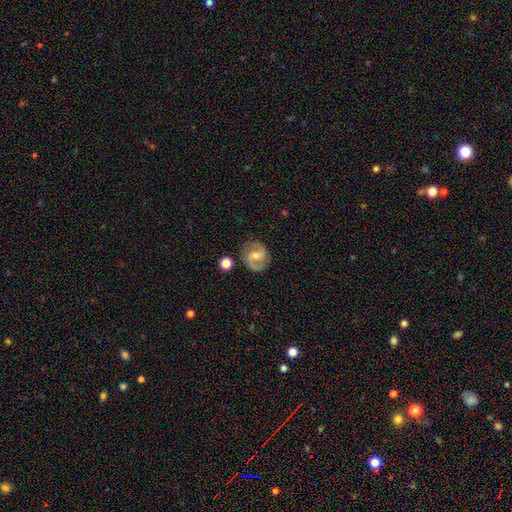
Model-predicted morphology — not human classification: Q: Smooth or featured?
A: featured or disk (80%); runner-up: smooth (14%)
Q: Edge-on disk?
A: no (98%); runner-up: yes (2%)
Q: Bar?
A: weak (49%); runner-up: no (27%)
Q: Spiral arms?
A: yes (94%); runner-up: no (6%)
Q: Spiral winding?
A: medium (54%); runner-up: tight (26%)
Q: Spiral arm count?
A: 2 (91%); runner-up: can't tell (4%)
Q: Bulge size?
A: moderate (47%); runner-up: small (46%)
Q: Merging?
A: none (83%); runner-up: minor disturbance (11%)